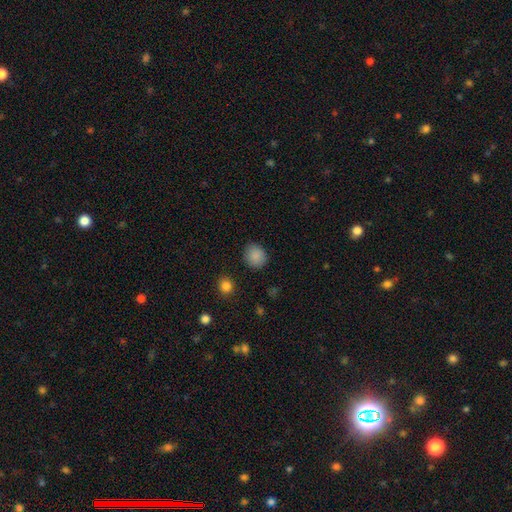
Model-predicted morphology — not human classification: This appears to be a smooth galaxy with no disk features (88%) that is round (77%). Merging: none (87%).